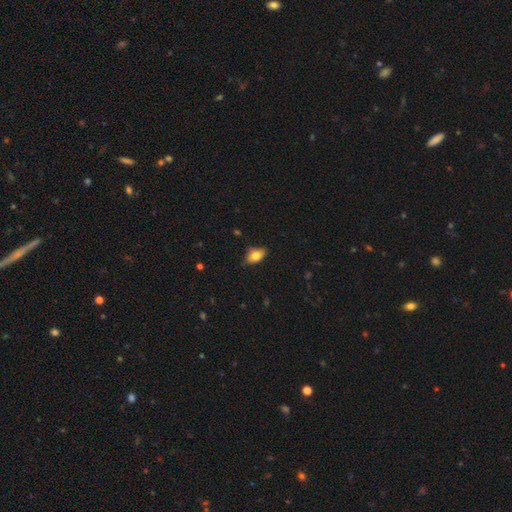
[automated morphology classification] A smooth galaxy with no disk features (79%) that is in between round and cigar-shaped (86%).

Vote fractions:
- Smooth or featured? smooth: 79% / featured or disk: 12% / star or artifact: 9%
- How rounded? in between: 86% / round: 11% / cigar-shaped: 3%
- Merging? none: 64% / minor disturbance: 29% / major disturbance: 5% / merger: 2%